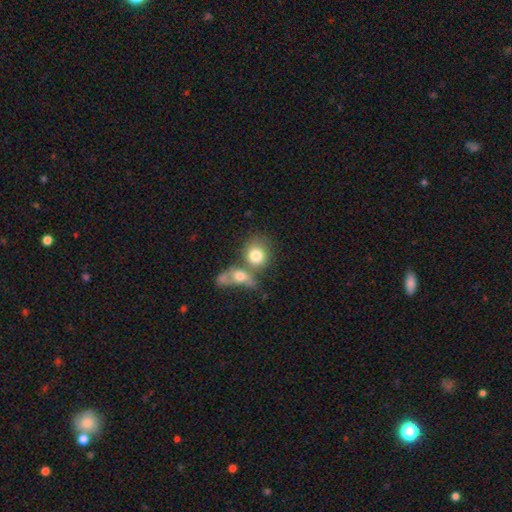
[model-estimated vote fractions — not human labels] Smooth or featured? Predicted: smooth (p=0.77). How rounded? Predicted: round (p=0.69). Merging? Predicted: merger (p=0.50).